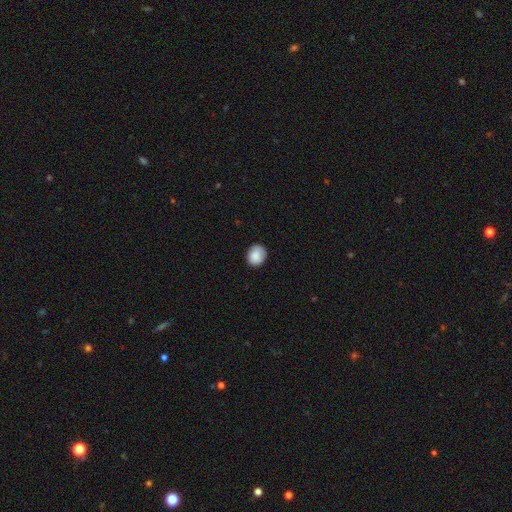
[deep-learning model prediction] smooth-or-featured: smooth: 88% | star or artifact: 7% | featured or disk: 4%
  how-rounded: round: 69% | in between: 30% | cigar-shaped: 1%
  merging: none: 86% | minor disturbance: 11% | major disturbance: 2% | merger: 1%